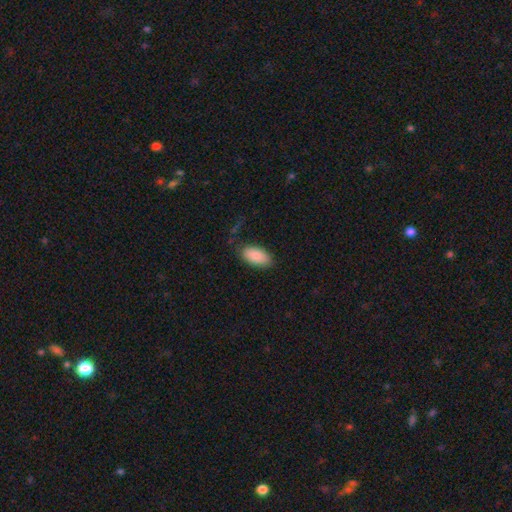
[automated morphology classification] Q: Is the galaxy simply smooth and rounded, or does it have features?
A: smooth — 87%.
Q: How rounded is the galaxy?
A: in between — 94%.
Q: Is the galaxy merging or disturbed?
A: none — 80%.